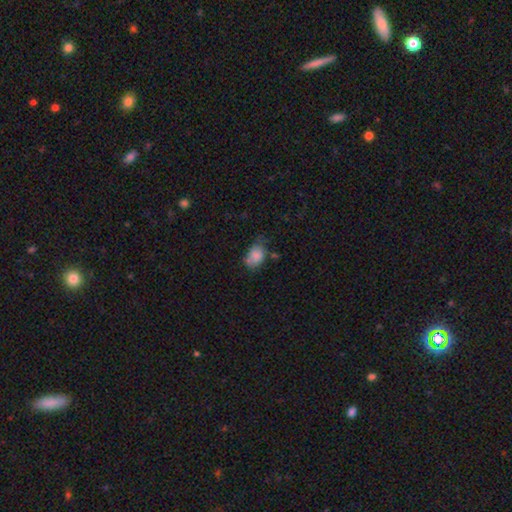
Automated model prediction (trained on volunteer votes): Q: Smooth or featured?
A: smooth (81%); runner-up: featured or disk (11%)
Q: How rounded?
A: in between (80%); runner-up: round (18%)
Q: Merging?
A: none (43%); runner-up: minor disturbance (37%)